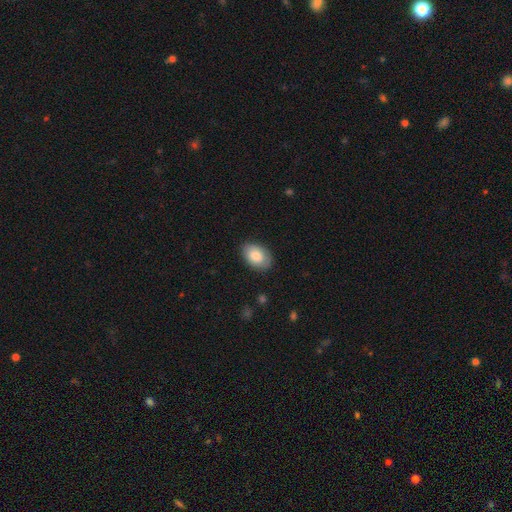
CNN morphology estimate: This is clearly a smooth galaxy (81%). How rounded: clearly in between (86%). Merging: clearly none (84%).